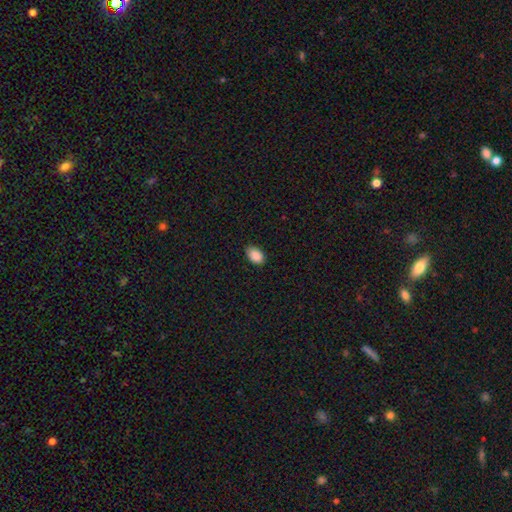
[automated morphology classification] smooth 89%, star or artifact 8%, featured or disk 3%. Down the decision tree: how rounded — in between (88%); merging — none (83%).